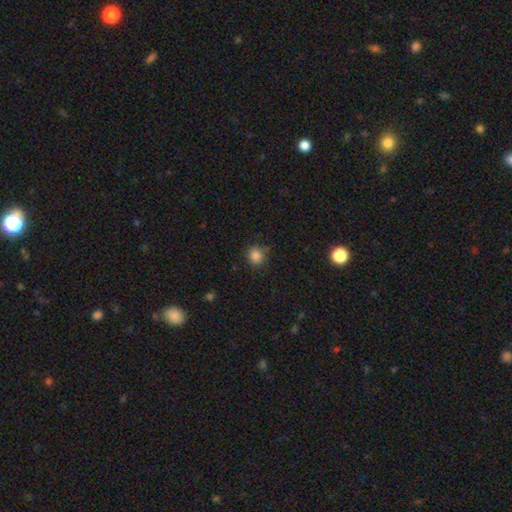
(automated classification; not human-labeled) A smooth galaxy with no disk features (84%) that is round (82%).

Vote fractions:
- Smooth or featured? smooth: 84% / star or artifact: 12% / featured or disk: 4%
- How rounded? round: 82% / in between: 17% / cigar-shaped: 1%
- Merging? none: 78% / minor disturbance: 16% / major disturbance: 4% / merger: 2%